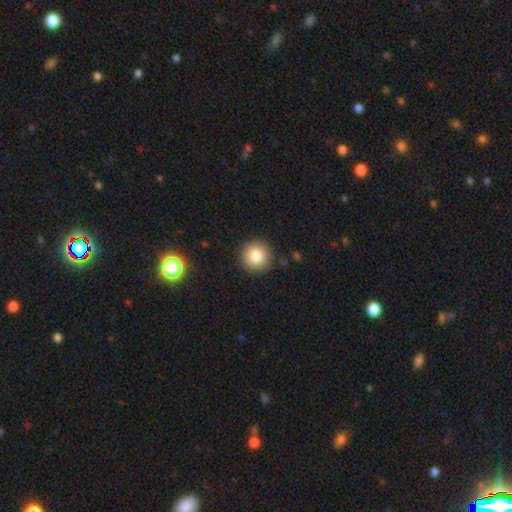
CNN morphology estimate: Smooth or featured? smooth (82%)
How rounded? round (95%)
Merging? none (90%)